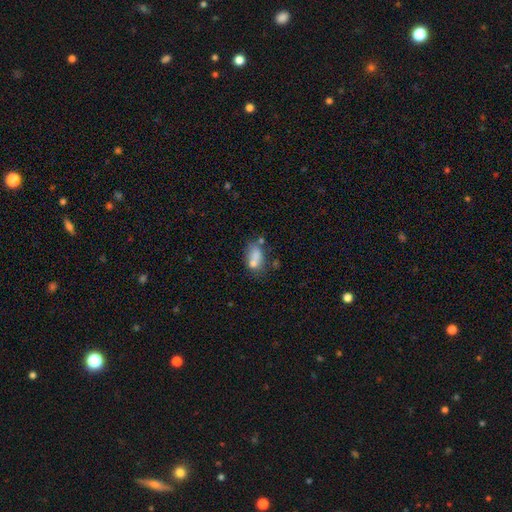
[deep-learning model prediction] Smooth or featured: smooth — 71% (featured or disk — 18%)
How rounded: in between — 80% (round — 17%)
Merging: none — 37% (merger — 36%)